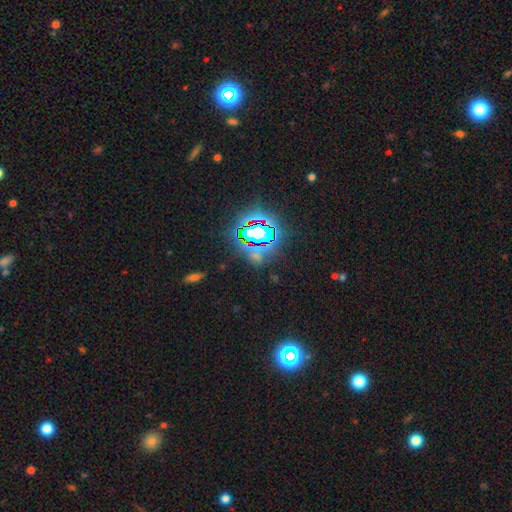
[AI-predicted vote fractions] Smooth or featured? star or artifact (75%)